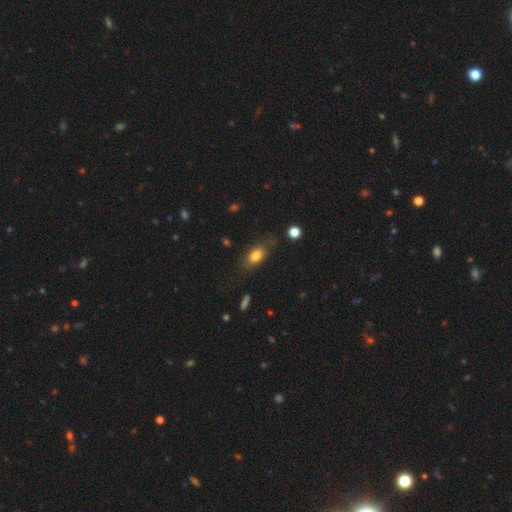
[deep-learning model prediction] This is likely a smooth galaxy (78%). How rounded: clearly in between (82%). Merging: likely none (71%).